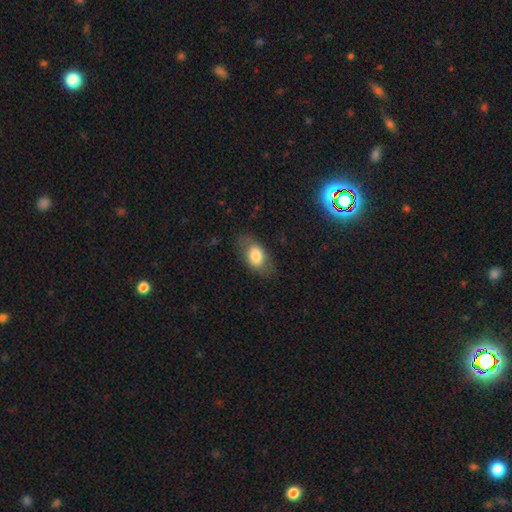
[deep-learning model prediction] The model was most divided on "smooth or featured": smooth: 74%, featured or disk: 19%, star or artifact: 7%. More confident: how rounded — in between (89%); merging — none (73%).